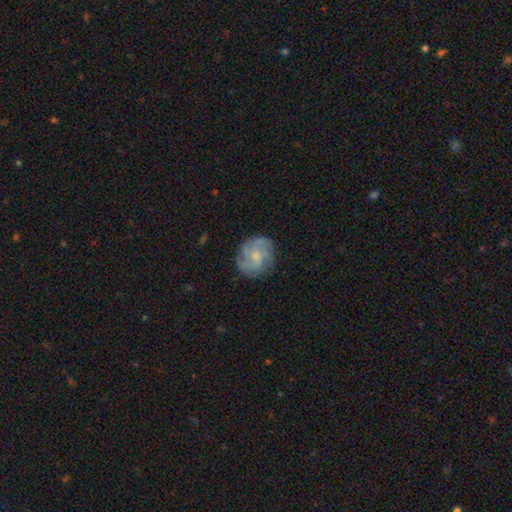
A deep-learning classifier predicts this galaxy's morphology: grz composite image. It shows a featured or disk galaxy (64%) with no bar (70%), tight (43%) spiral arms (87%) and a small central bulge (50%). Merging: none (78%).